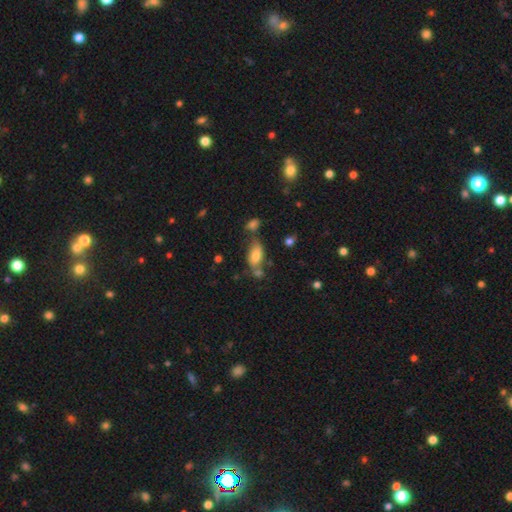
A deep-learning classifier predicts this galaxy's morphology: Overall: smooth (76%). How rounded: in between (89%). Merging: none (53%; merger 21%).